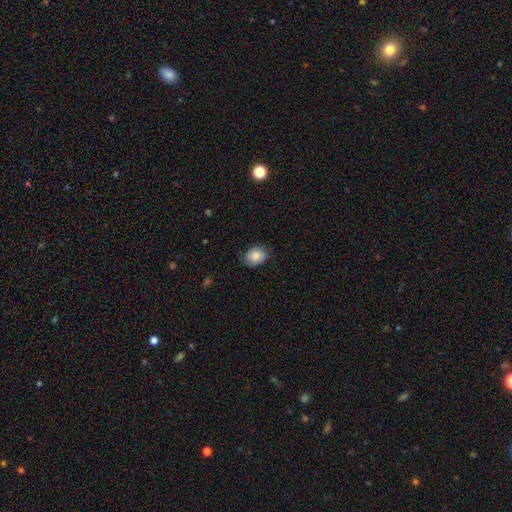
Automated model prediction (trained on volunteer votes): smooth_or_featured: smooth (p=0.74) [alt: featured or disk p=0.18]
how_rounded: in between (p=0.67) [alt: round p=0.32]
merging: none (p=0.77) [alt: minor disturbance p=0.18]